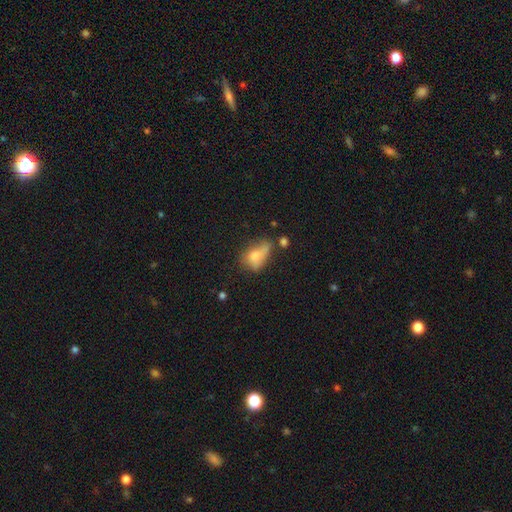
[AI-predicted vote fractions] Morphology: type=smooth (64%); roundness=in between (75%); merging=none (29%, tied with minor disturbance).